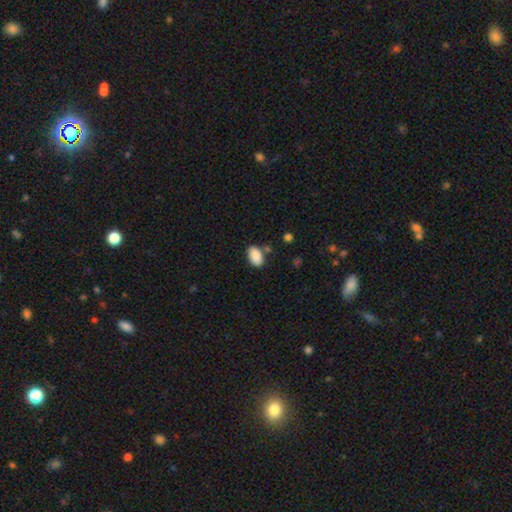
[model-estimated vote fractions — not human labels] A smooth galaxy with no disk features (89%) that is in between round and cigar-shaped (92%). Merging: none (76%).